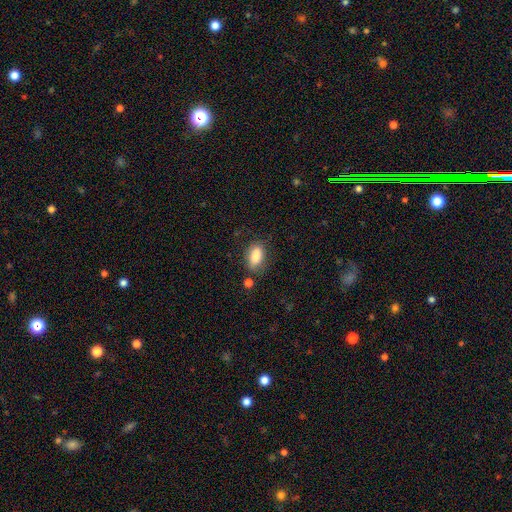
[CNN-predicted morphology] This appears to be a smooth galaxy with no disk features (85%) that is in between round and cigar-shaped (89%). Merging: none (72%).